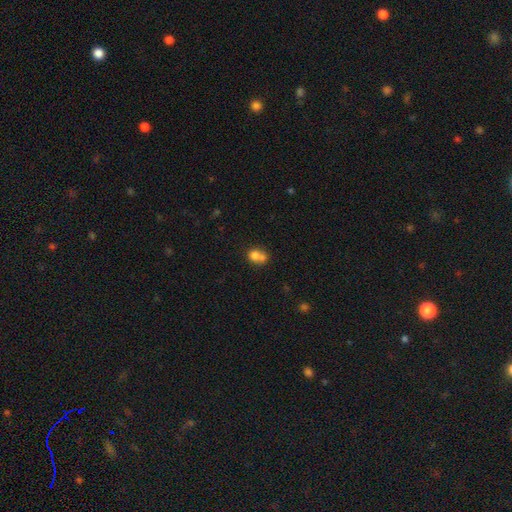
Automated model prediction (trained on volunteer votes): Smooth or featured? smooth (74%)
How rounded? round (71%)
Merging? merger (56%)